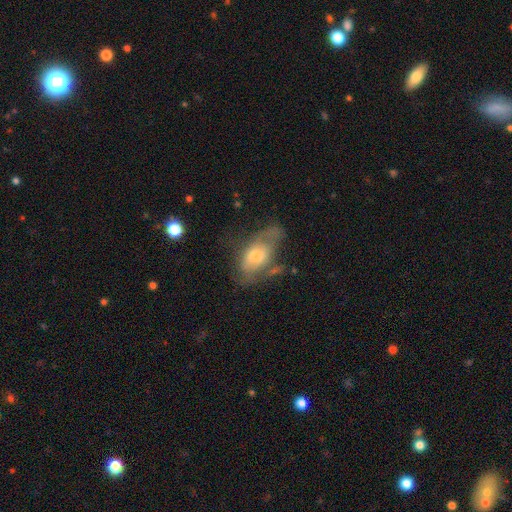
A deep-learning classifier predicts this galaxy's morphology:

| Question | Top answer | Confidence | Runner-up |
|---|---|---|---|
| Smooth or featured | featured or disk | 47% | smooth (44%) |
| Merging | none | 35% | major disturbance (30%) |